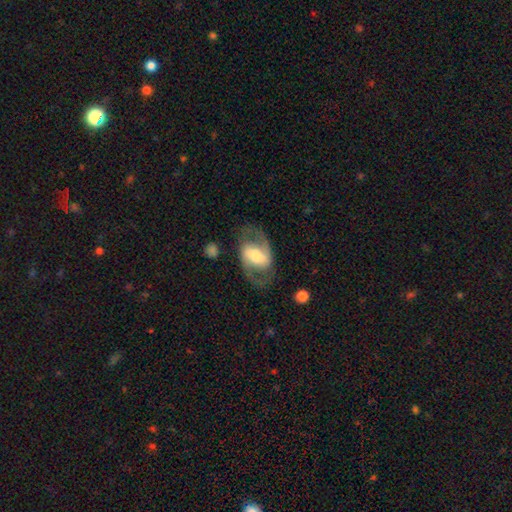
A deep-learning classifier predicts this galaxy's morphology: Q: Smooth or featured?
A: featured or disk (74%); runner-up: smooth (20%)
Q: Edge-on disk?
A: no (96%); runner-up: yes (4%)
Q: Bar?
A: strong (42%); runner-up: weak (37%)
Q: Spiral arms?
A: yes (84%); runner-up: no (16%)
Q: Spiral winding?
A: medium (54%); runner-up: loose (27%)
Q: Spiral arm count?
A: 2 (89%); runner-up: can't tell (5%)
Q: Bulge size?
A: moderate (40%); runner-up: large (28%)
Q: Merging?
A: none (73%); runner-up: minor disturbance (14%)